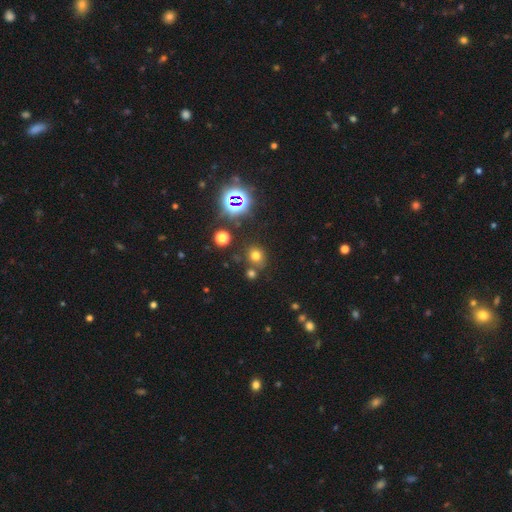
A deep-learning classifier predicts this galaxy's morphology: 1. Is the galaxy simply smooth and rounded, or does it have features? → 66% smooth, 26% star or artifact, 9% featured or disk.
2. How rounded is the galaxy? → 74% round, 25% in between, 1% cigar-shaped.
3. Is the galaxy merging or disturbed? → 71% none, 13% merger, 11% minor disturbance, 4% major disturbance.